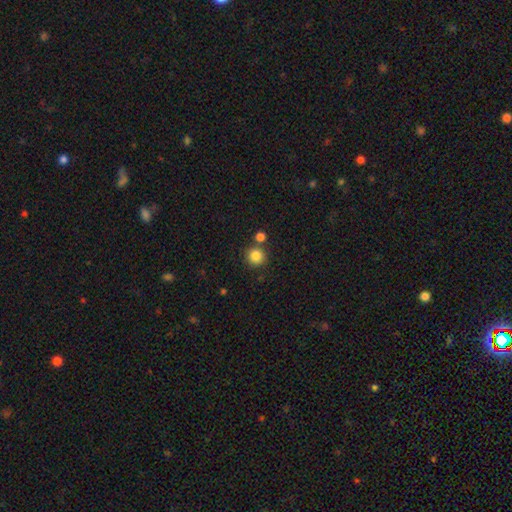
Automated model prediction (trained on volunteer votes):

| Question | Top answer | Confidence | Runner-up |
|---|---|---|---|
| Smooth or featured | smooth | 85% | star or artifact (11%) |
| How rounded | round | 93% | in between (6%) |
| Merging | none | 76% | merger (14%) |